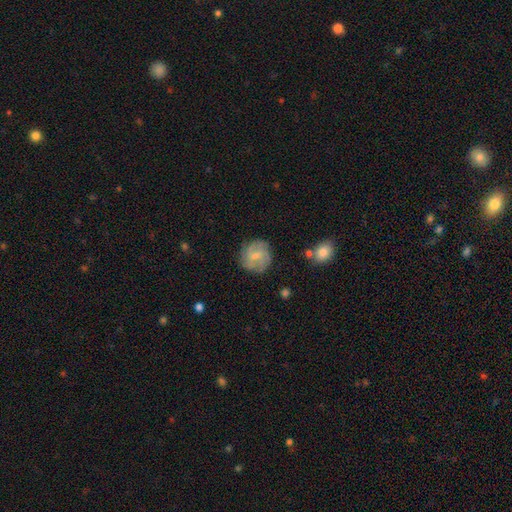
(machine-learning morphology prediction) Smooth or featured?
  - featured or disk: 48% *
  - smooth: 45%
  - star or artifact: 7%
Merging?
  - none: 75% *
  - minor disturbance: 17%
  - major disturbance: 6%
  - merger: 2%